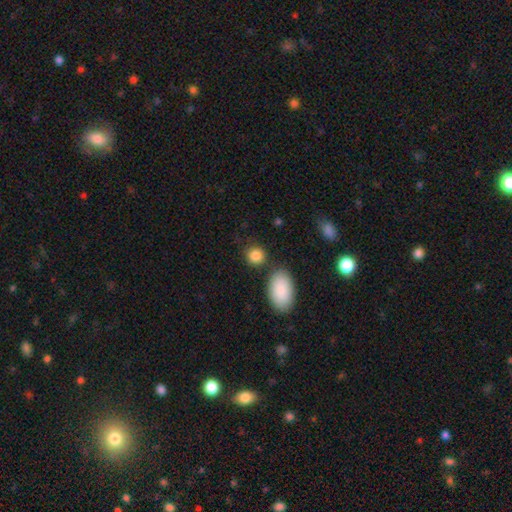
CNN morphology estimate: Smooth or featured: smooth — 87% (star or artifact — 8%)
How rounded: round — 73% (in between — 26%)
Merging: none — 75% (merger — 11%)